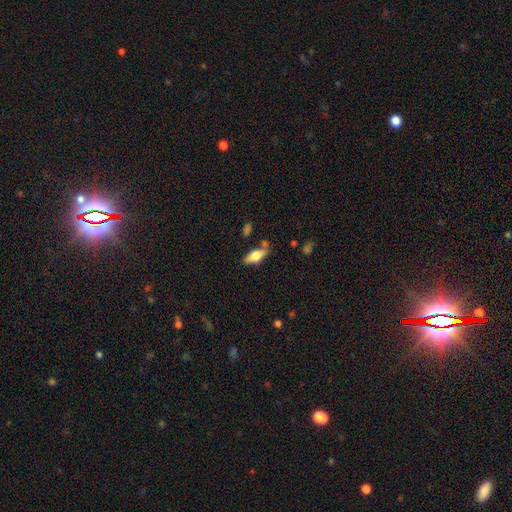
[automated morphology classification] Overall: smooth (57%; featured or disk 36%). How rounded: in between (74%). Merging: none (68%).